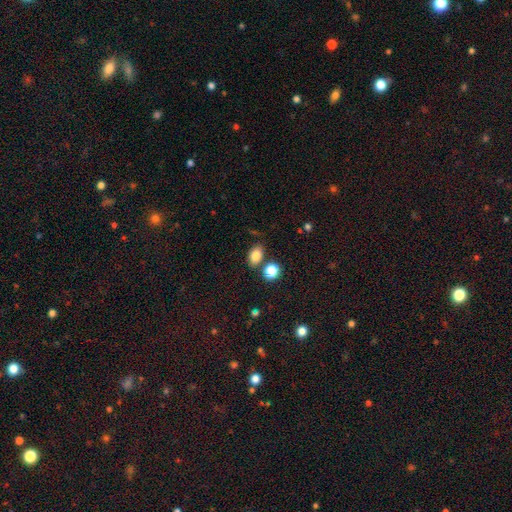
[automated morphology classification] smooth-or-featured: smooth: 83% | star or artifact: 11% | featured or disk: 7%
  how-rounded: in between: 72% | round: 27% | cigar-shaped: 1%
  merging: none: 71% | merger: 14% | minor disturbance: 12% | major disturbance: 3%